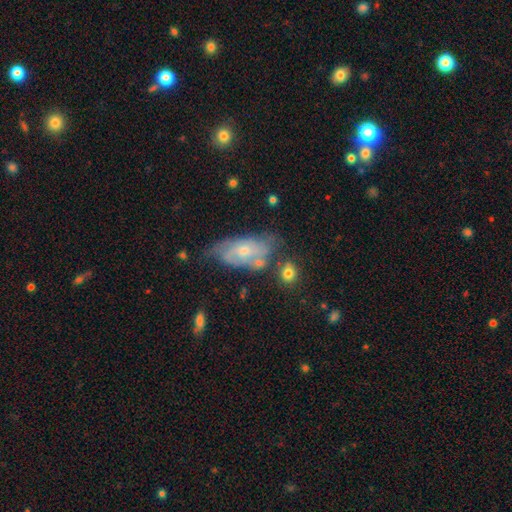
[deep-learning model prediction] Morphology: type=featured or disk (63%); edge-on=no (91%); bar=no (71%); spiral arms=yes (76%); bulge=small (57%); merging=none (44%).